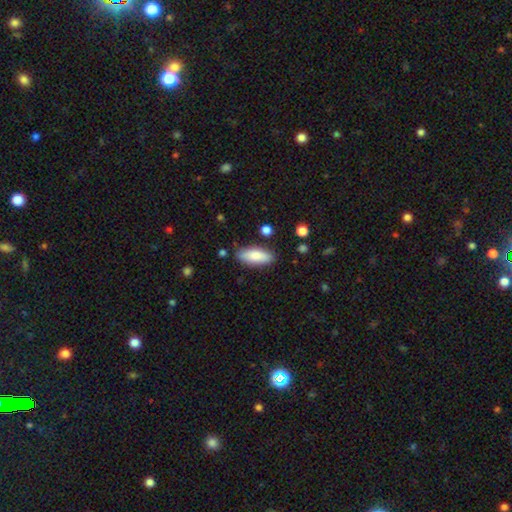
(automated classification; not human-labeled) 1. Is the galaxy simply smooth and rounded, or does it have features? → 82% smooth, 12% featured or disk, 6% star or artifact.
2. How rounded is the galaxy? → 73% in between, 25% cigar-shaped, 2% round.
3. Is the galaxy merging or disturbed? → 84% none, 11% minor disturbance, 2% major disturbance, 2% merger.